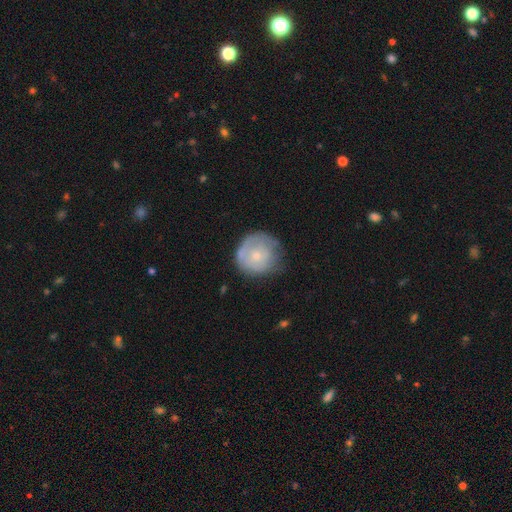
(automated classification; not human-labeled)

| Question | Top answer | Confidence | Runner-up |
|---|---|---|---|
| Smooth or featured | smooth | 54% | featured or disk (39%) |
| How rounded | round | 90% | in between (9%) |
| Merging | none | 58% | minor disturbance (29%) |